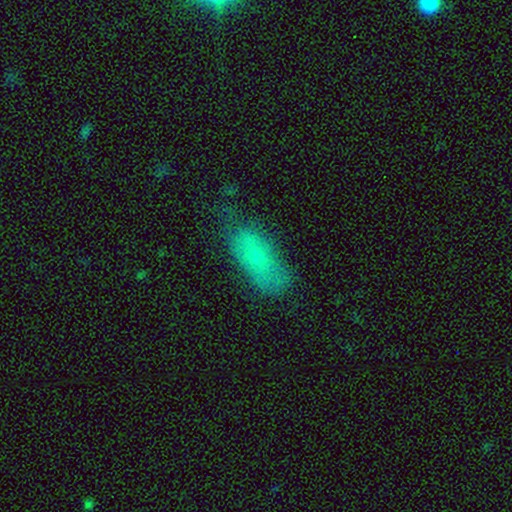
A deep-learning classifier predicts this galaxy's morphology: type=smooth (72%); roundness=in between (80%); merging=none (57%).